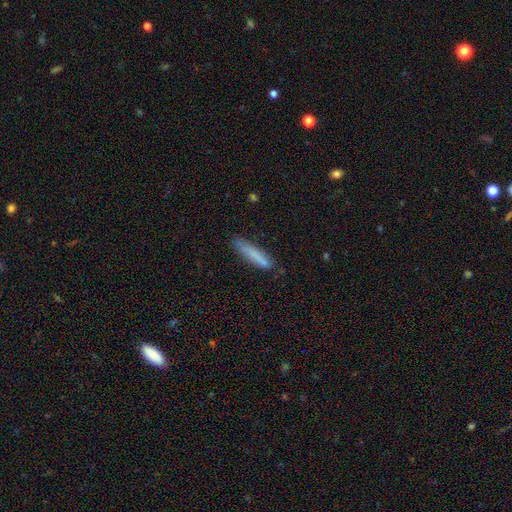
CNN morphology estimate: Smooth or featured? Predicted: smooth (p=0.78). How rounded? Predicted: cigar-shaped (p=0.89). Merging? Predicted: none (p=0.78).